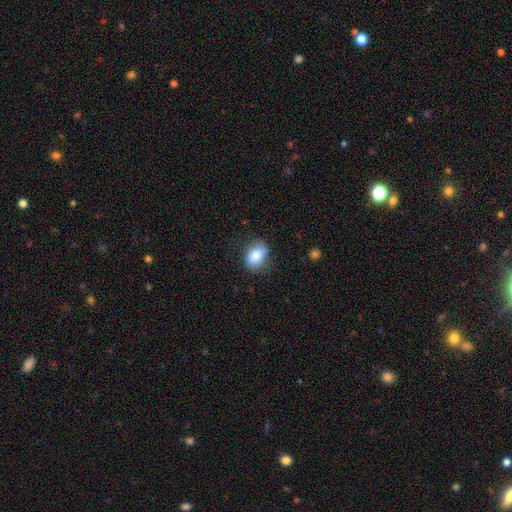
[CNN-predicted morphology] This appears to be a smooth galaxy with no disk features (81%) that is in between round and cigar-shaped (70%). Merging: none (78%).